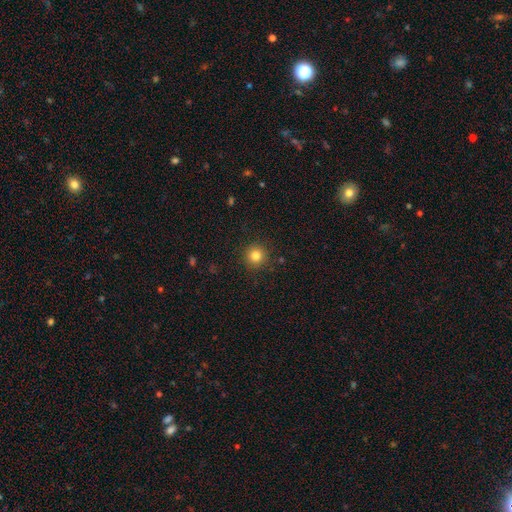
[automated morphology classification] This is clearly a smooth galaxy (82%). How rounded: clearly round (95%). Merging: clearly none (91%).